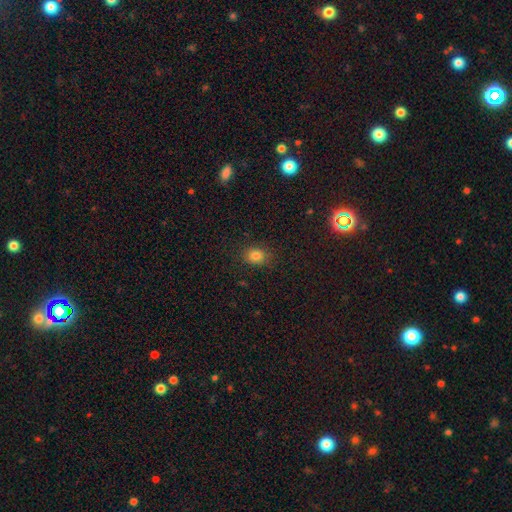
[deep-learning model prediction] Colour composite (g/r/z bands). It shows a smooth galaxy with no disk features (82%) that is in between round and cigar-shaped (52%). Merging: none (84%).